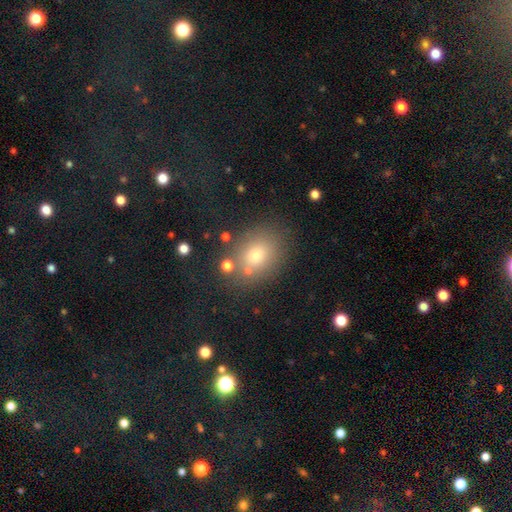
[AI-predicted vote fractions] smooth-or-featured: smooth: 73% | star or artifact: 15% | featured or disk: 12%
  how-rounded: in between: 51% | round: 48% | cigar-shaped: 1%
  merging: none: 74% | minor disturbance: 13% | merger: 7% | major disturbance: 5%